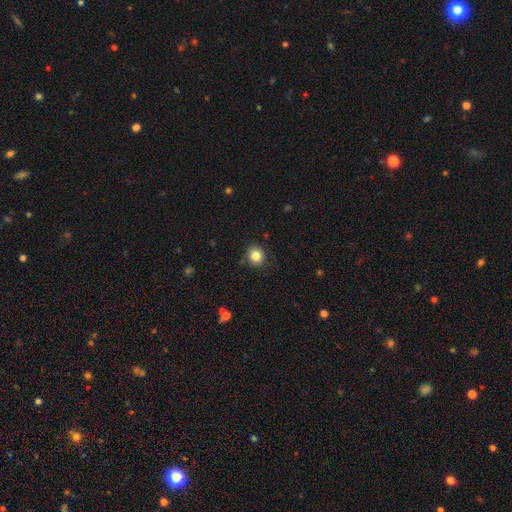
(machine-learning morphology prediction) This appears to be a smooth galaxy with no disk features (84%) that is round (84%). Merging: none (89%).